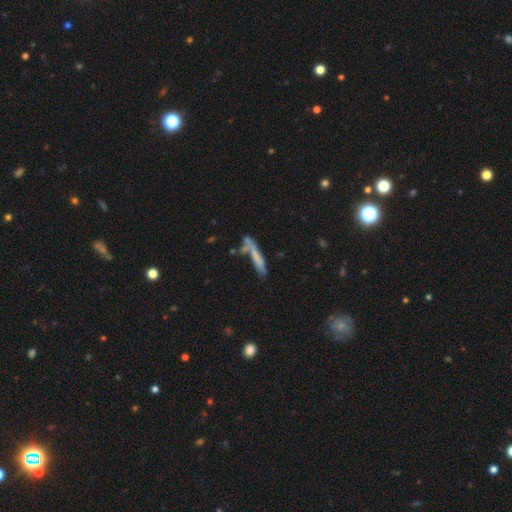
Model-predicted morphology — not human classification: Q: Smooth or featured?
A: smooth (59%); runner-up: featured or disk (31%)
Q: How rounded?
A: cigar-shaped (91%); runner-up: in between (8%)
Q: Merging?
A: none (50%); runner-up: merger (20%)